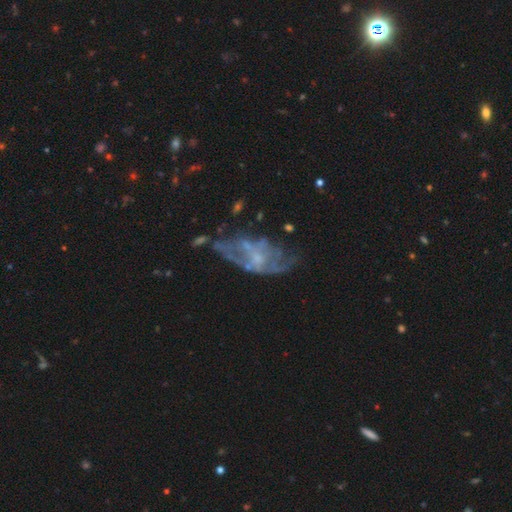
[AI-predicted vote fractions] Smooth or featured: featured or disk — 71% (smooth — 19%)
Edge-on disk: no — 93% (yes — 7%)
Bar: no — 72% (weak — 23%)
Spiral arms: no — 57% (yes — 43%)
Bulge size: small — 50% (none — 27%)
Merging: none — 38% (major disturbance — 28%)